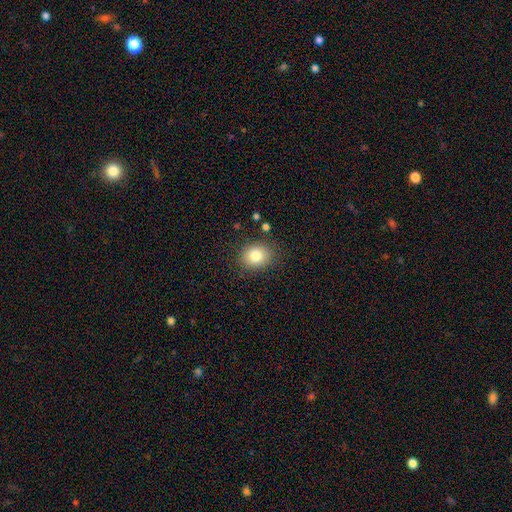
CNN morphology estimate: A smooth galaxy with no disk features (81%) that is round (59%).

Vote fractions:
- Smooth or featured? smooth: 81% / star or artifact: 10% / featured or disk: 9%
- How rounded? round: 59% / in between: 40% / cigar-shaped: 1%
- Merging? none: 85% / minor disturbance: 10% / major disturbance: 3% / merger: 2%